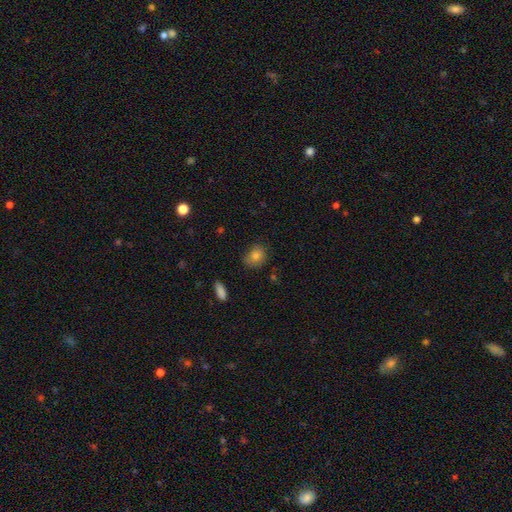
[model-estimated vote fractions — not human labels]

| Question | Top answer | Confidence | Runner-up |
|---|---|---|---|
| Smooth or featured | smooth | 79% | star or artifact (11%) |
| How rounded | round | 61% | in between (38%) |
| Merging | none | 71% | minor disturbance (22%) |